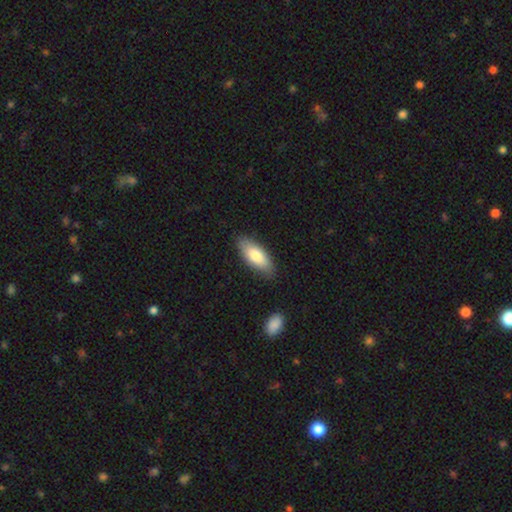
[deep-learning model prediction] Overall: smooth (78%). How rounded: in between (80%). Merging: none (84%).